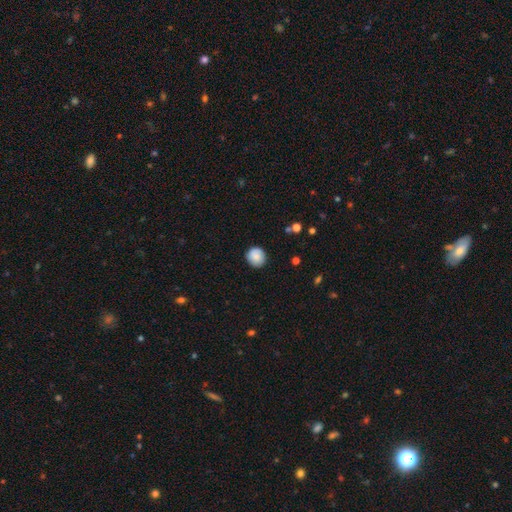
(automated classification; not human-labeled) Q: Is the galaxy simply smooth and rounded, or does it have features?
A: smooth — 84%.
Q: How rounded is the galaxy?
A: round — 87%.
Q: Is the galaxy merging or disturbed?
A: none — 86%.